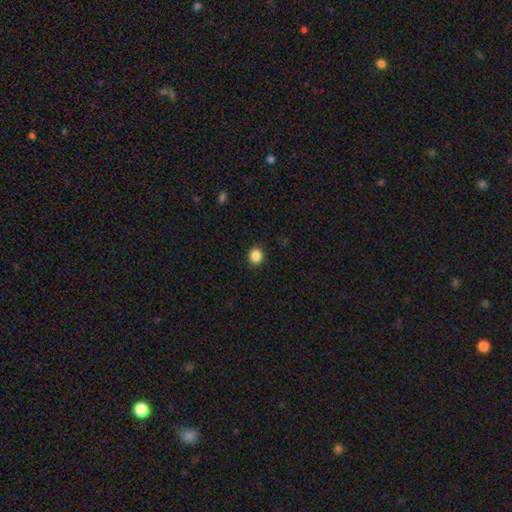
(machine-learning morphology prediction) smooth 87%, star or artifact 10%, featured or disk 3%. Down the decision tree: how rounded — round (85%); merging — none (91%).